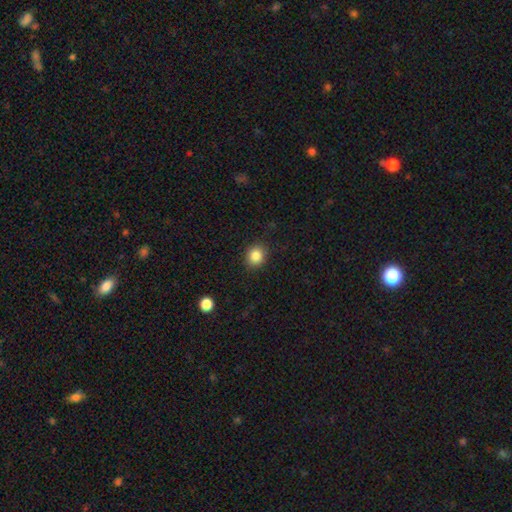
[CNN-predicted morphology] A smooth galaxy with no disk features (86%) that is round (78%). Merging: none (89%).